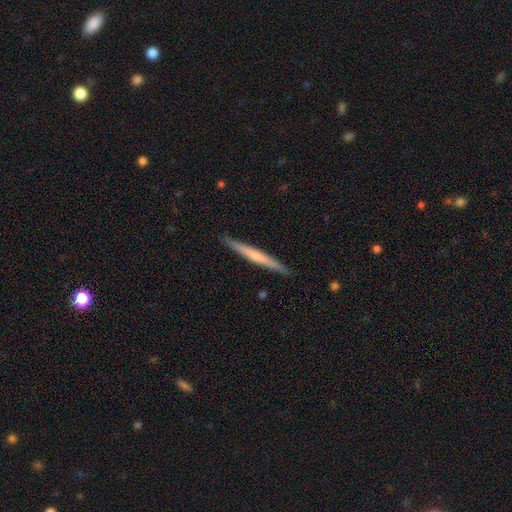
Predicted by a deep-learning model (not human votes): This is possibly a featured or disk galaxy (49%). Merging: clearly none (91%).